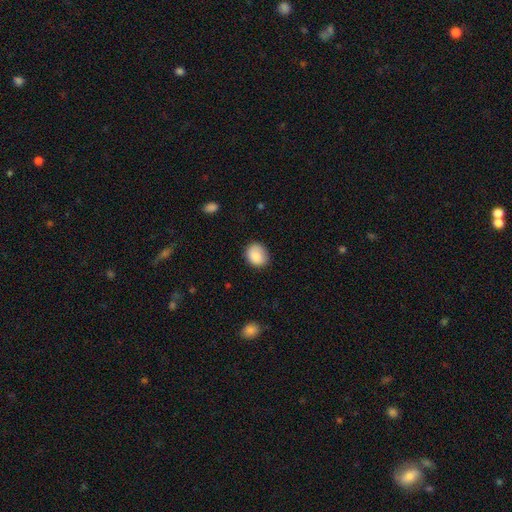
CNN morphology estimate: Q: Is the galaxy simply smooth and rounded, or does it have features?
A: smooth — 87%.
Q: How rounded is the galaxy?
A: round — 63%.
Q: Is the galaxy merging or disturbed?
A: none — 81%.